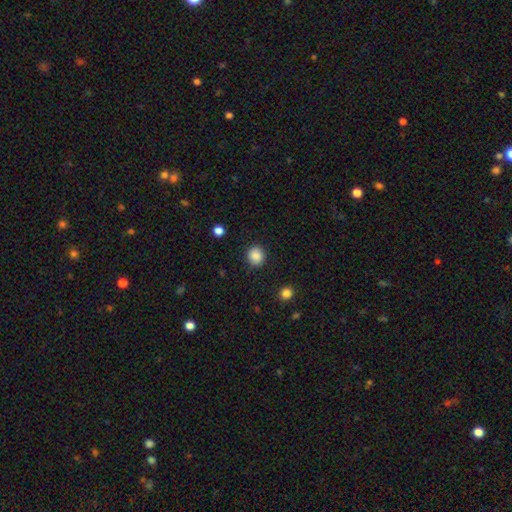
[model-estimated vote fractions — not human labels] smooth 87%, star or artifact 9%, featured or disk 4%. Down the decision tree: how rounded — round (84%); merging — none (89%).